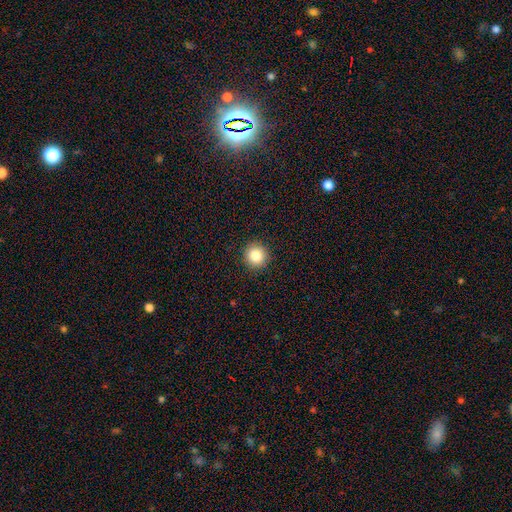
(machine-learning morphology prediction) The model was most divided on "smooth or featured": smooth: 84%, star or artifact: 10%, featured or disk: 6%. More confident: how rounded — round (94%); merging — none (92%).